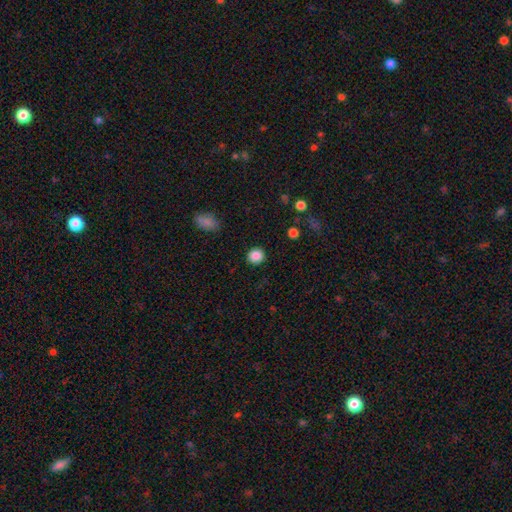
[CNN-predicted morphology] Smooth or featured: smooth — 87% (star or artifact — 10%)
How rounded: round — 88% (in between — 11%)
Merging: none — 91% (minor disturbance — 6%)